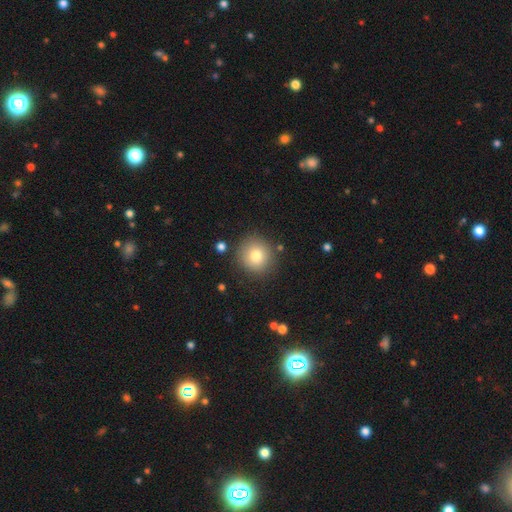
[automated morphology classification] A smooth galaxy with no disk features (79%) that is round (92%). Merging: none (86%).